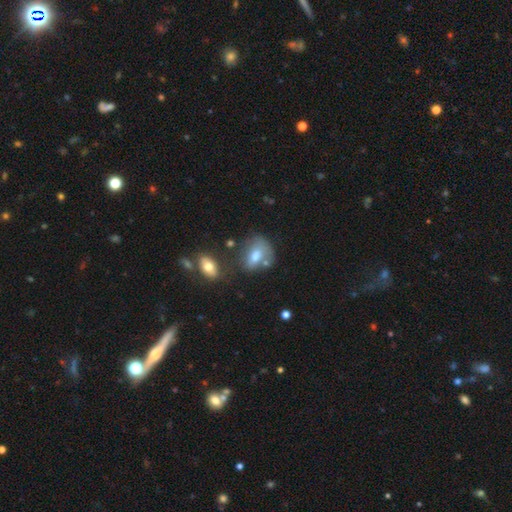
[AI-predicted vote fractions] A smooth galaxy with no disk features (66%) that is in between round and cigar-shaped (75%). Merging: none (42%).